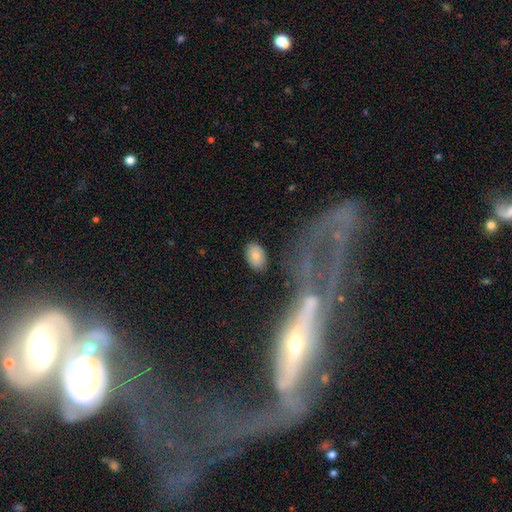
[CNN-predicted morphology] Overall: smooth (79%). How rounded: in between (88%). Merging: none (83%).